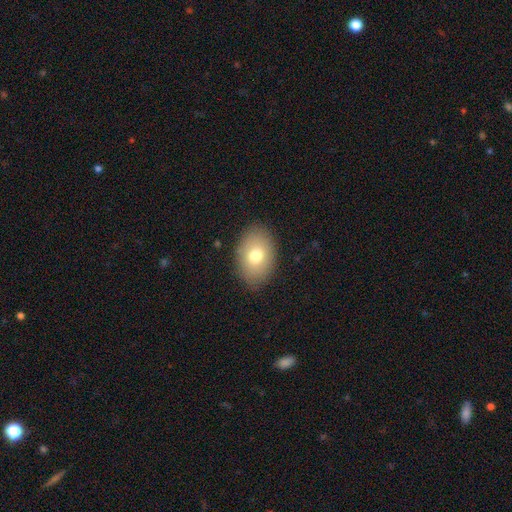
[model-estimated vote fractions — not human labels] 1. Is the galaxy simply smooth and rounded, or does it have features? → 76% smooth, 16% featured or disk, 9% star or artifact.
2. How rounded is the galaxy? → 83% in between, 16% round, 1% cigar-shaped.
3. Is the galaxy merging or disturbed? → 85% none, 10% minor disturbance, 3% major disturbance, 1% merger.